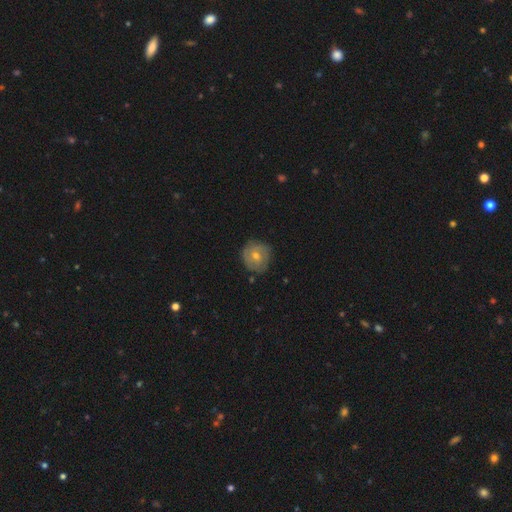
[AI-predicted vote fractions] Smooth or featured? Predicted: featured or disk (p=0.55). Edge-on disk? Predicted: no (p=0.96). Bar? Predicted: no (p=0.64). Spiral arms? Predicted: yes (p=0.71). Bulge size? Predicted: moderate (p=0.60). Merging? Predicted: none (p=0.80).